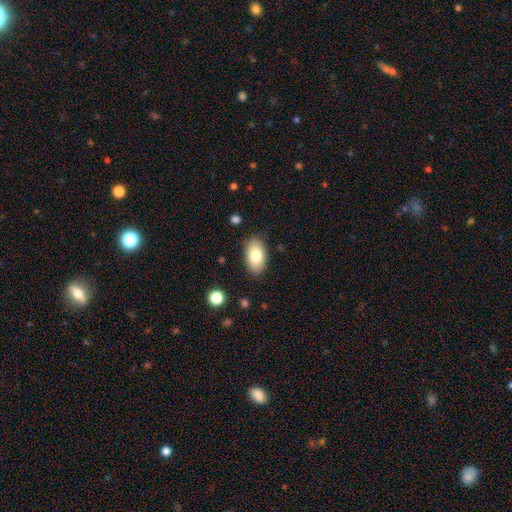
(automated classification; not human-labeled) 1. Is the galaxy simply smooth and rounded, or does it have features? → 80% smooth, 13% featured or disk, 7% star or artifact.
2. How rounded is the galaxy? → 93% in between, 5% round, 2% cigar-shaped.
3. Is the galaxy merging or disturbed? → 86% none, 10% minor disturbance, 2% major disturbance, 1% merger.